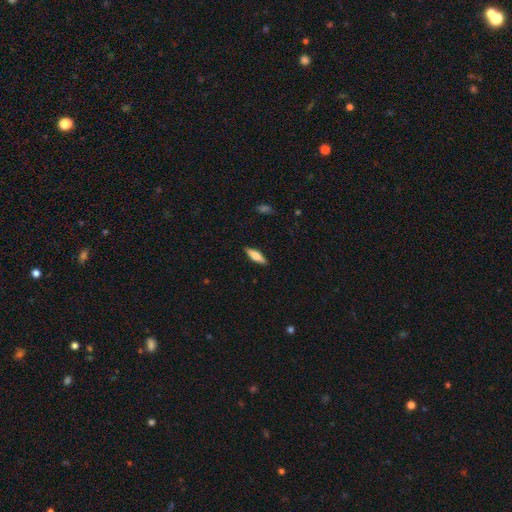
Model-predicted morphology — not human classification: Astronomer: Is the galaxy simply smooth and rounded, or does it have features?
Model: smooth — 69%.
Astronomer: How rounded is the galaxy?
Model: cigar-shaped — 55% (runner-up: in between, 43%).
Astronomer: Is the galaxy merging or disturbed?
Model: none — 89%.